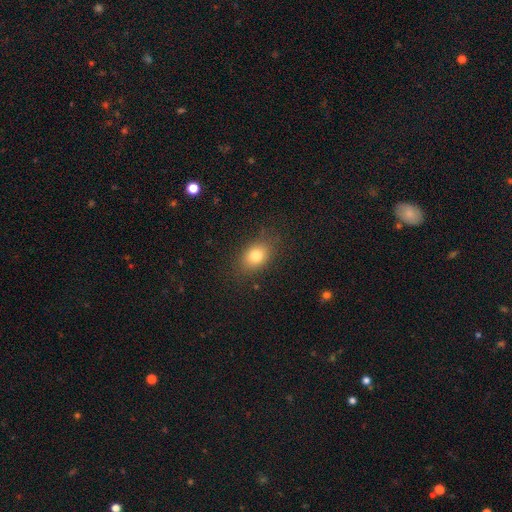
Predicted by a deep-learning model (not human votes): Smooth or featured?
  - smooth: 78% *
  - star or artifact: 11%
  - featured or disk: 11%
How rounded?
  - in between: 70% *
  - round: 29%
  - cigar-shaped: 2%
Merging?
  - none: 82% *
  - minor disturbance: 13%
  - major disturbance: 4%
  - merger: 1%